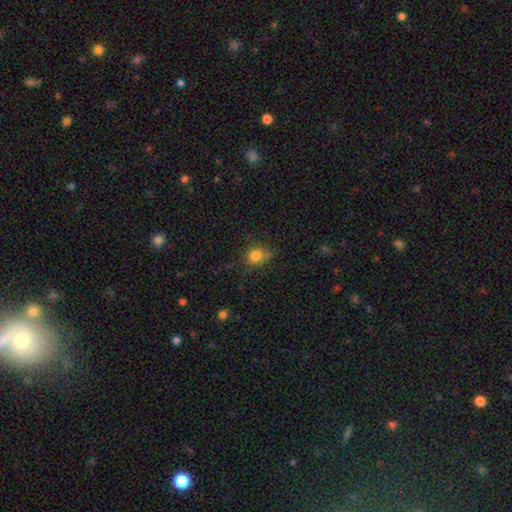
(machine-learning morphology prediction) This appears to be a smooth galaxy with no disk features (81%) that is round (71%). Merging: none (66%).